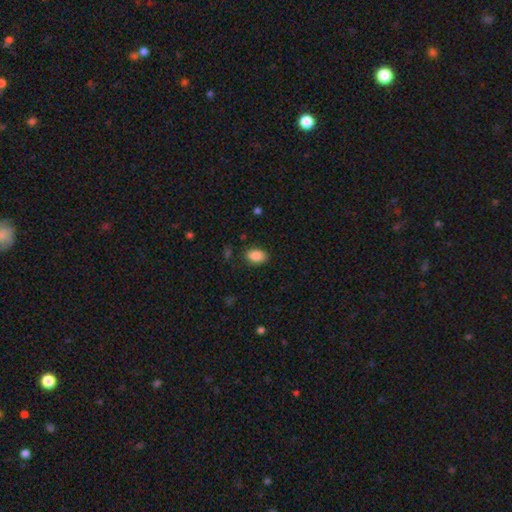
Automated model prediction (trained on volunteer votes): Overall: smooth (88%). How rounded: in between (86%). Merging: none (84%).